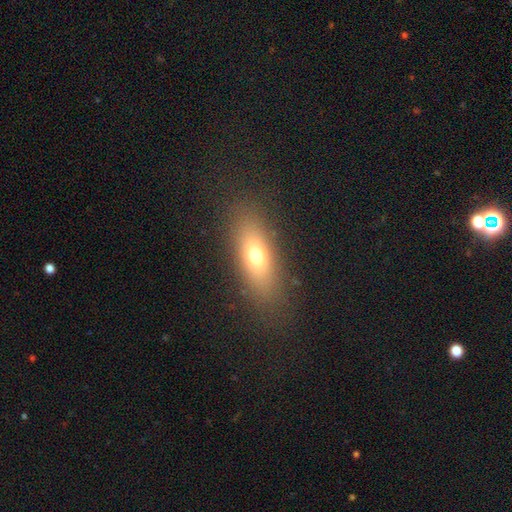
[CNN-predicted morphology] A smooth galaxy with no disk features (67%) that is in between round and cigar-shaped (64%). Merging: none (84%).